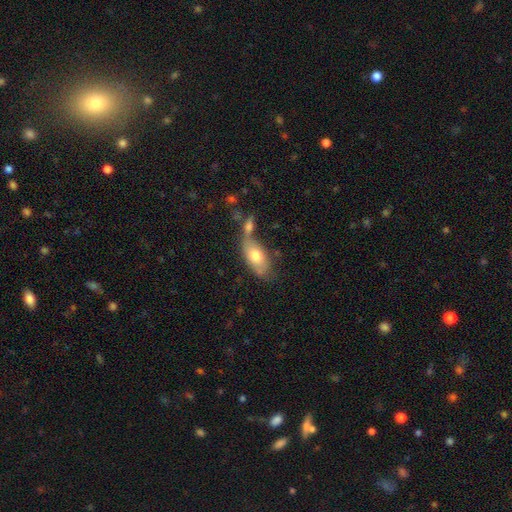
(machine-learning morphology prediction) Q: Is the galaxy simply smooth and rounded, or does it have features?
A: smooth — 69%.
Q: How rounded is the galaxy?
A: in between — 90%.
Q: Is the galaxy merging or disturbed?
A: none — 41%.